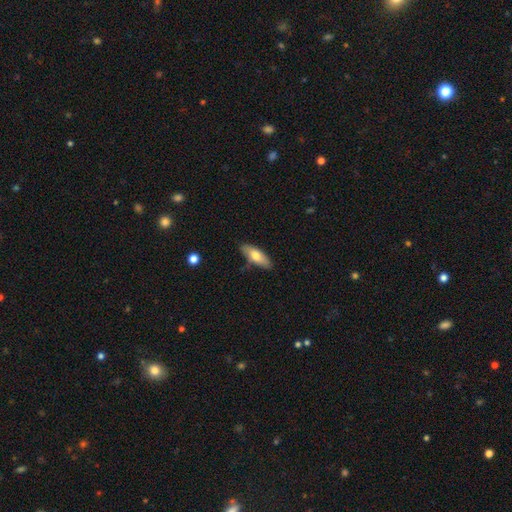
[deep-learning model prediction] Smooth or featured?
  - smooth: 69% *
  - featured or disk: 25%
  - star or artifact: 6%
How rounded?
  - in between: 65% *
  - cigar-shaped: 32%
  - round: 2%
Merging?
  - none: 80% *
  - minor disturbance: 15%
  - merger: 3%
  - major disturbance: 3%